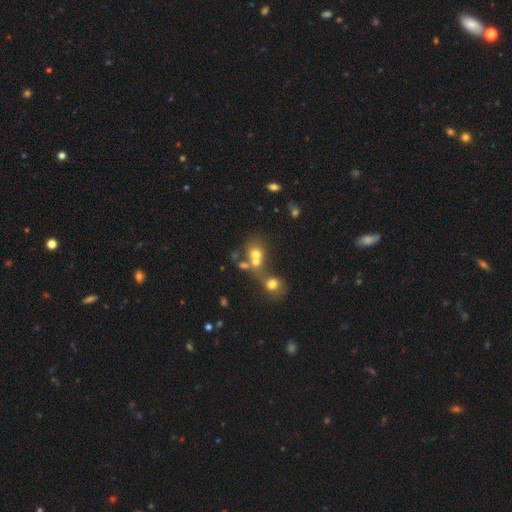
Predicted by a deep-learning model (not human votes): Q: Smooth or featured?
A: smooth (59%); runner-up: featured or disk (22%)
Q: How rounded?
A: round (71%); runner-up: in between (28%)
Q: Merging?
A: merger (56%); runner-up: none (29%)